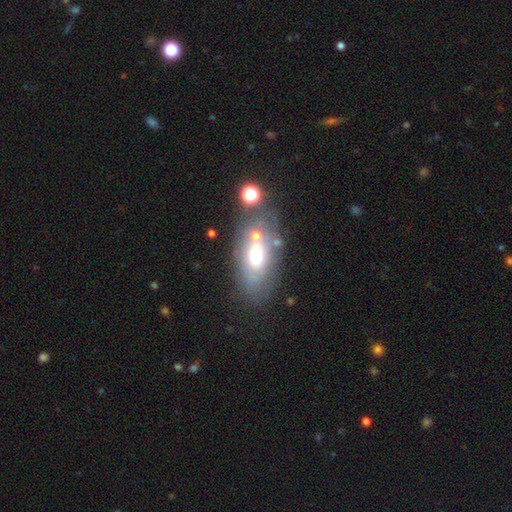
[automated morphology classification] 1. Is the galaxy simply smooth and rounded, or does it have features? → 52% smooth, 36% featured or disk, 12% star or artifact.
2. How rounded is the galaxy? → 85% in between, 10% round, 6% cigar-shaped.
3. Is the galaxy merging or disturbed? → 57% none, 18% merger, 16% minor disturbance, 9% major disturbance.